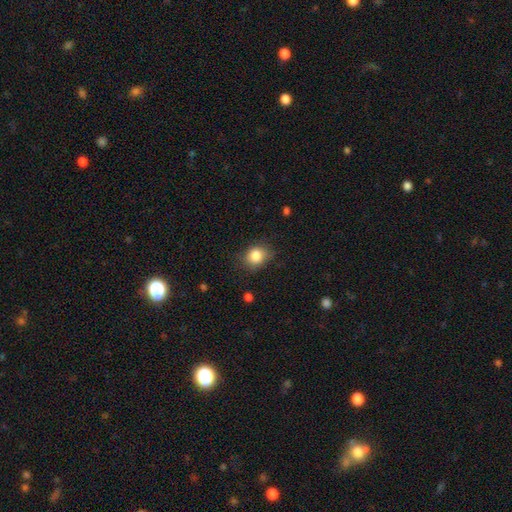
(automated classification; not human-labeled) Smooth or featured? Predicted: smooth (p=0.84). How rounded? Predicted: round (p=0.63). Merging? Predicted: none (p=0.78).